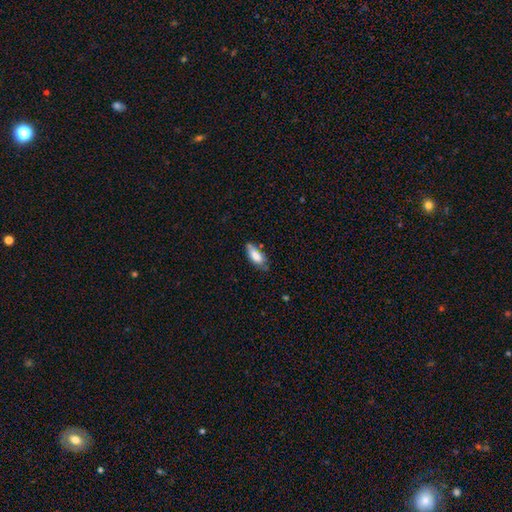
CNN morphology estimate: Q: Smooth or featured?
A: smooth (78%); runner-up: featured or disk (15%)
Q: How rounded?
A: in between (78%); runner-up: cigar-shaped (20%)
Q: Merging?
A: none (58%); runner-up: minor disturbance (30%)